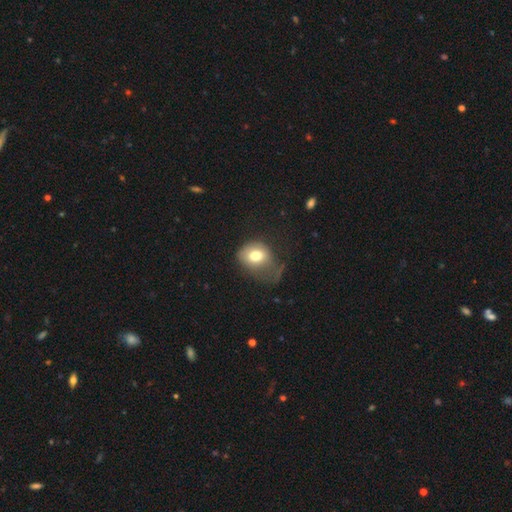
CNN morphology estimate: Smooth or featured? Predicted: smooth (p=0.73). How rounded? Predicted: round (p=0.50). Merging? Predicted: major disturbance (p=0.39).